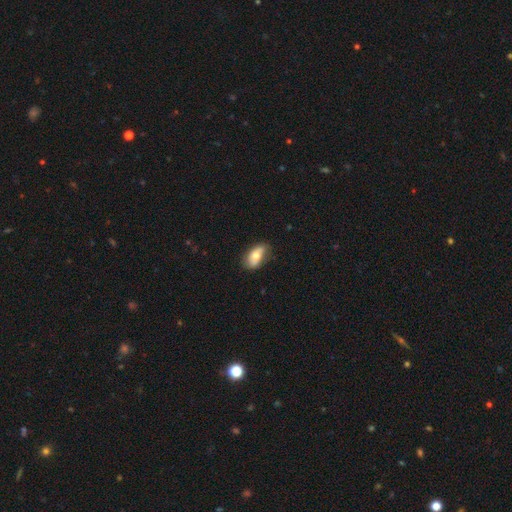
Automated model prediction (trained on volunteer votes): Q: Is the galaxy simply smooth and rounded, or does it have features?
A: smooth — 64%.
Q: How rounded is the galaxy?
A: in between — 90%.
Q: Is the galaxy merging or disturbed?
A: none — 67%.